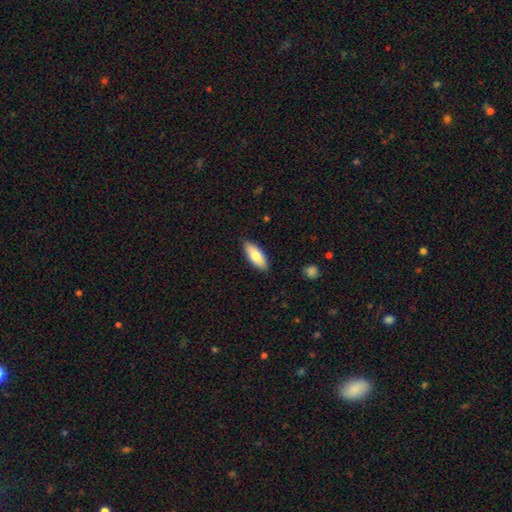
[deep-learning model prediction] Smooth or featured: smooth — 76% (featured or disk — 18%)
How rounded: in between — 78% (cigar-shaped — 20%)
Merging: none — 88% (minor disturbance — 10%)